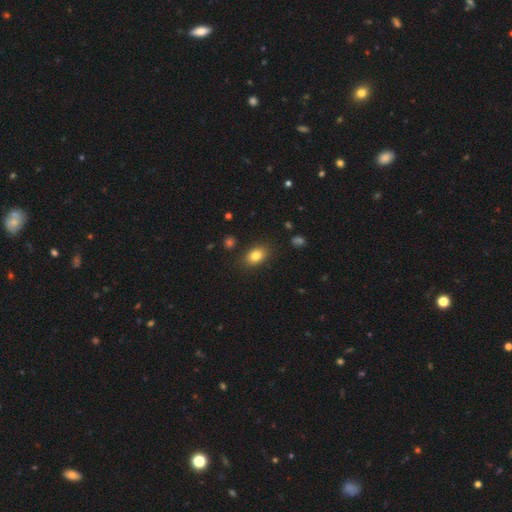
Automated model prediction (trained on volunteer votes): smooth-or-featured: smooth: 81% | star or artifact: 10% | featured or disk: 9%
  how-rounded: in between: 80% | round: 18% | cigar-shaped: 2%
  merging: none: 85% | minor disturbance: 10% | major disturbance: 3% | merger: 2%